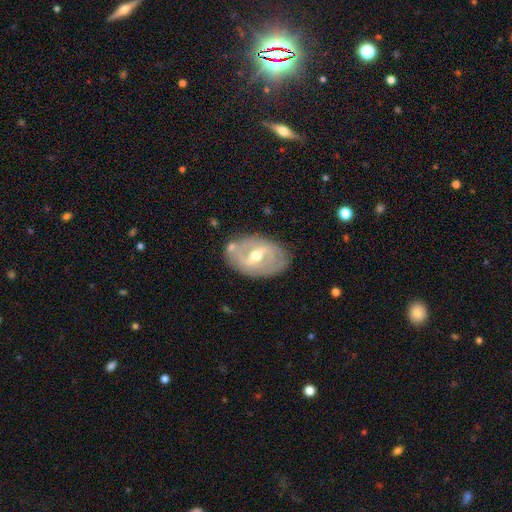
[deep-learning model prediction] The model was most divided on "bar": weak: 45%, strong: 41%, no: 14%. Remaining: edge-on disk — no (94%); smooth or featured — featured or disk (80%); merging — none (76%); bulge size — moderate (73%); spiral arms — yes (73%); spiral arm count — 2 (65%); spiral winding — tight (46%).